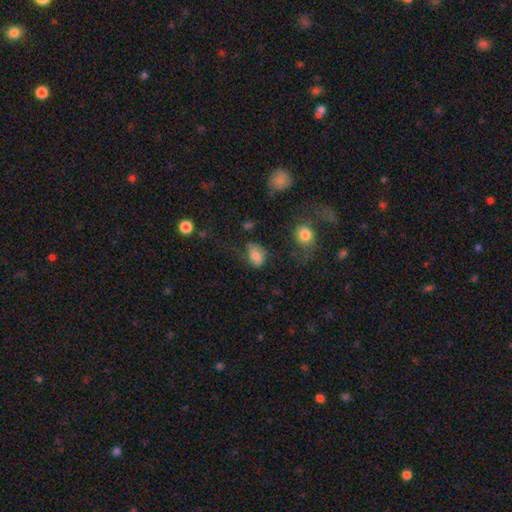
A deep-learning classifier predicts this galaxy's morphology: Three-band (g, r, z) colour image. It shows a smooth galaxy with no disk features (75%) that is in between round and cigar-shaped (78%). Merging: none (37%).